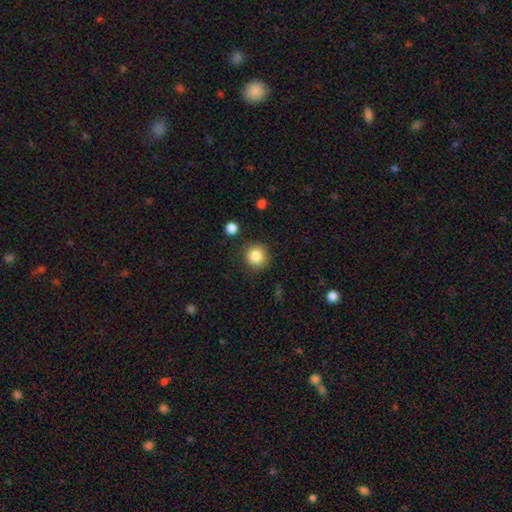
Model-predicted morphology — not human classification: type=smooth (85%); roundness=round (92%); merging=none (85%).